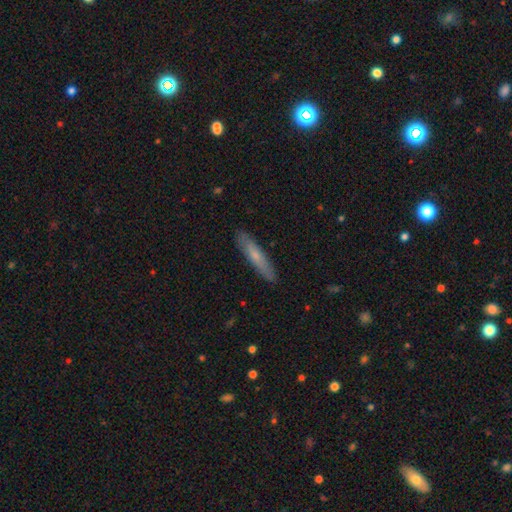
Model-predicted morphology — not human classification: A smooth galaxy with no disk features (63%) that is cigar-shaped (89%).

Vote fractions:
- Smooth or featured? smooth: 63% / featured or disk: 31% / star or artifact: 6%
- How rounded? cigar-shaped: 89% / in between: 9% / round: 1%
- Merging? none: 89% / minor disturbance: 9% / major disturbance: 2% / merger: 1%